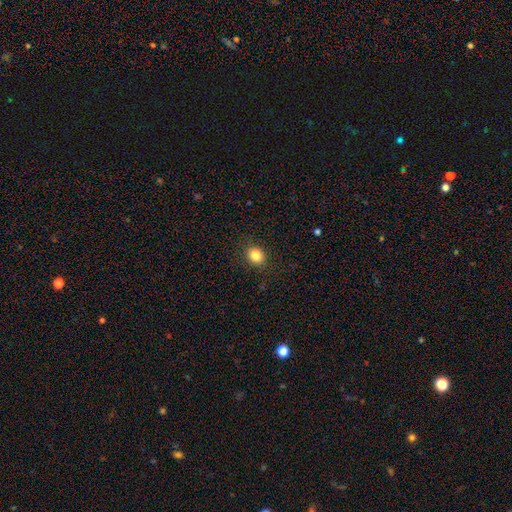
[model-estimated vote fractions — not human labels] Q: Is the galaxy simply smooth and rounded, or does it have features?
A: smooth — 84%.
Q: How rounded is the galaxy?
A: round — 68%.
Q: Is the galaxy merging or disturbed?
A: none — 90%.